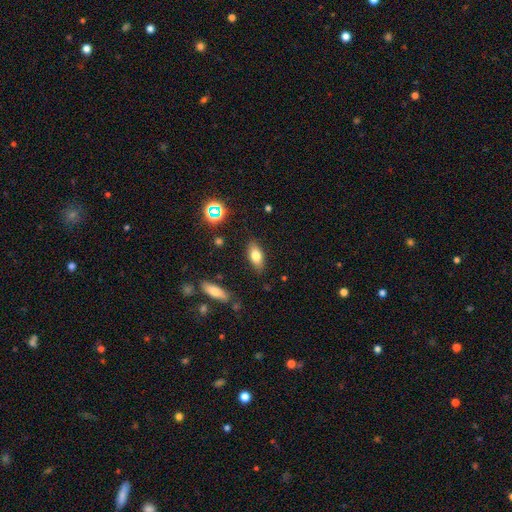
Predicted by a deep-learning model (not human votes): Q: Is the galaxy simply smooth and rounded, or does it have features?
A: smooth — 75%.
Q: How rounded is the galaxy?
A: in between — 82%.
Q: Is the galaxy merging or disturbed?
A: none — 84%.